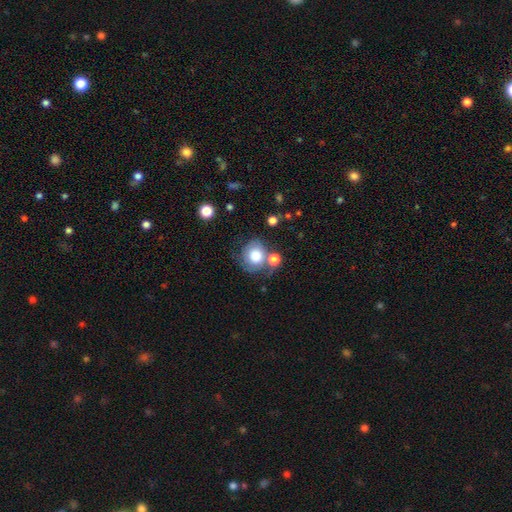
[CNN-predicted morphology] The model was most divided on "merging": none: 52%, minor disturbance: 19%, merger: 18%, major disturbance: 11%. More confident: how rounded — round (79%); smooth or featured — smooth (68%).